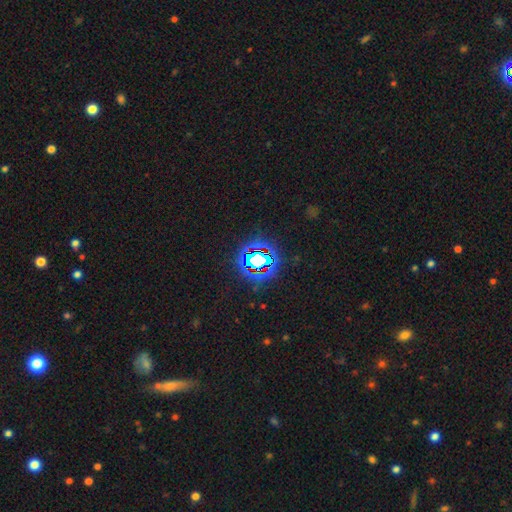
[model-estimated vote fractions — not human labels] smooth_or_featured: star or artifact (p=0.72) [alt: smooth p=0.17]